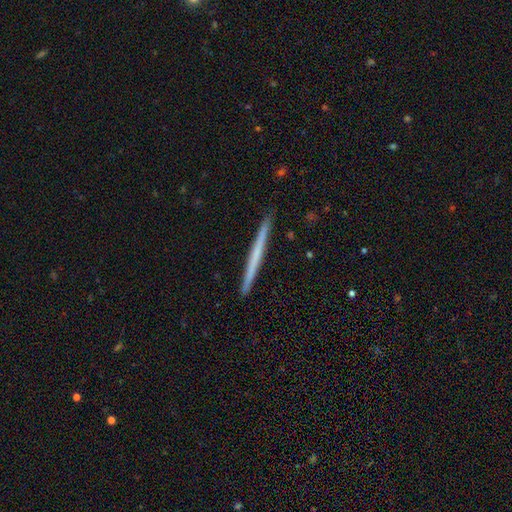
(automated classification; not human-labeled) Smooth or featured? smooth (47%, tied with featured or disk)
Merging? none (93%)